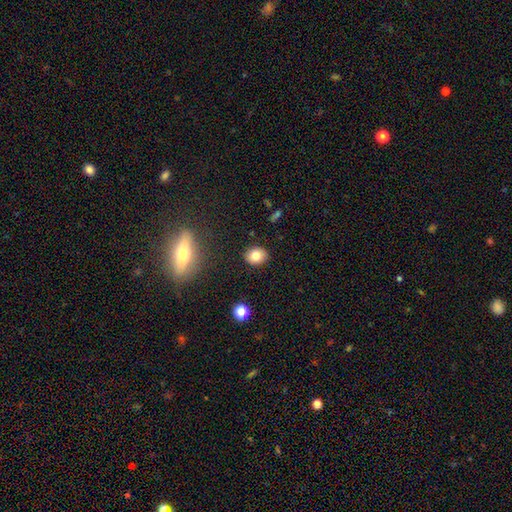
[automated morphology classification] Smooth or featured: smooth — 81% (star or artifact — 10%)
How rounded: round — 55% (in between — 44%)
Merging: none — 88% (minor disturbance — 9%)